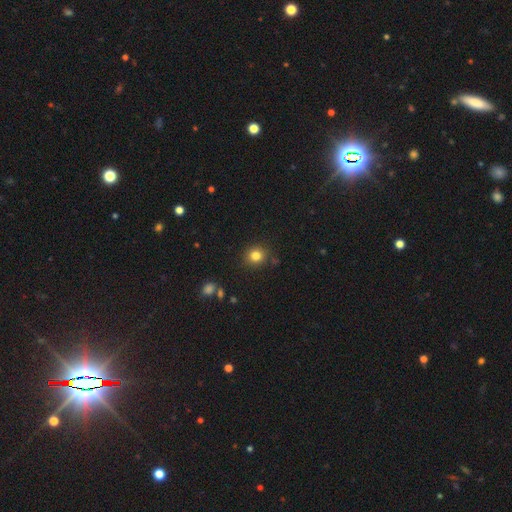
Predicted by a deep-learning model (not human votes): This appears to be a smooth galaxy with no disk features (82%) that is round (84%). Merging: none (87%).